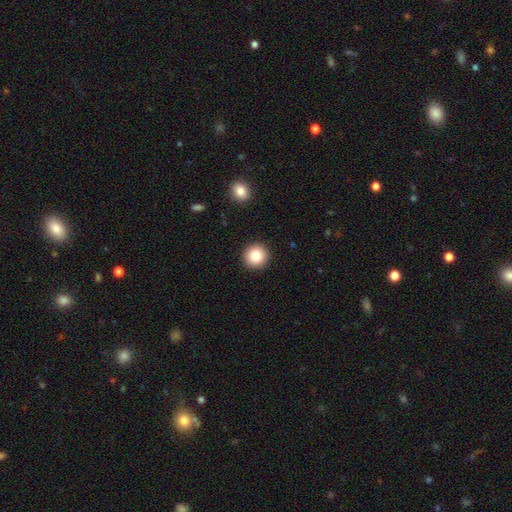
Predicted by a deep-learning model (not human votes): Smooth or featured?
  - smooth: 81% *
  - star or artifact: 10%
  - featured or disk: 8%
How rounded?
  - round: 94% *
  - in between: 5%
  - cigar-shaped: 1%
Merging?
  - none: 92% *
  - minor disturbance: 5%
  - major disturbance: 2%
  - merger: 1%